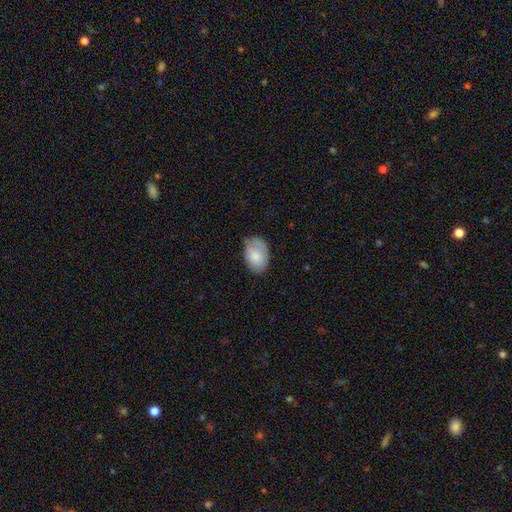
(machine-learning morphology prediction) Smooth or featured: smooth — 80% (featured or disk — 13%)
How rounded: in between — 87% (round — 12%)
Merging: none — 61% (minor disturbance — 31%)